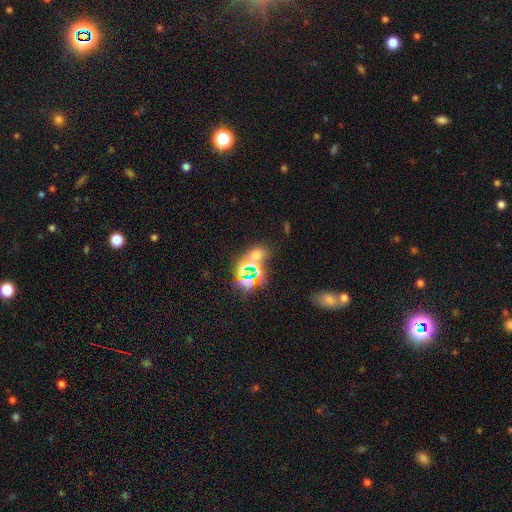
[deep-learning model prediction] Smooth or featured? Predicted: star or artifact (p=0.49).